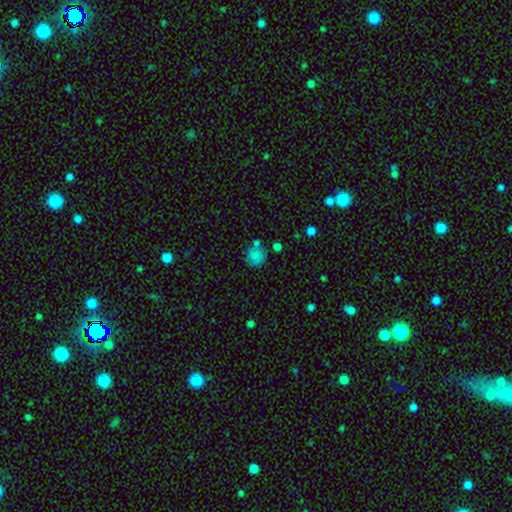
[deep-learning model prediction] Overall: smooth (82%). How rounded: round (91%). Merging: none (70%).